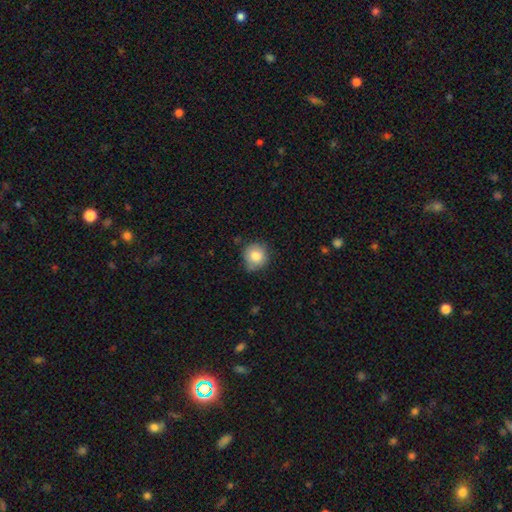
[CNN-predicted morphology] smooth-or-featured: smooth: 82% | featured or disk: 9% | star or artifact: 9%
  how-rounded: round: 90% | in between: 9% | cigar-shaped: 1%
  merging: none: 76% | minor disturbance: 19% | major disturbance: 3% | merger: 2%